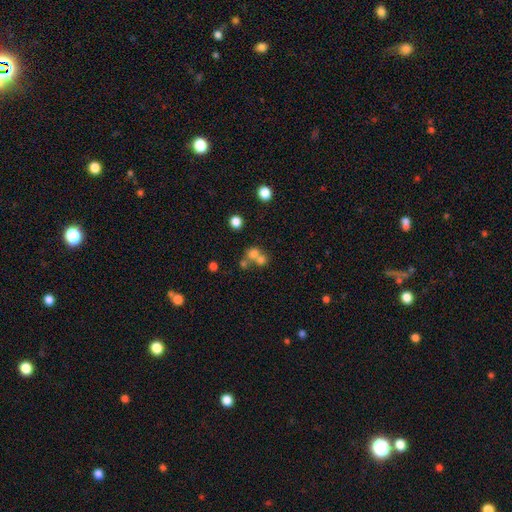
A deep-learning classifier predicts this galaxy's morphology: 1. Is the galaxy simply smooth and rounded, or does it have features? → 67% smooth, 17% star or artifact, 16% featured or disk.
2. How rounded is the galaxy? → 80% round, 19% in between, 1% cigar-shaped.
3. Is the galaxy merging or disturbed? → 54% merger, 36% none, 6% minor disturbance, 4% major disturbance.